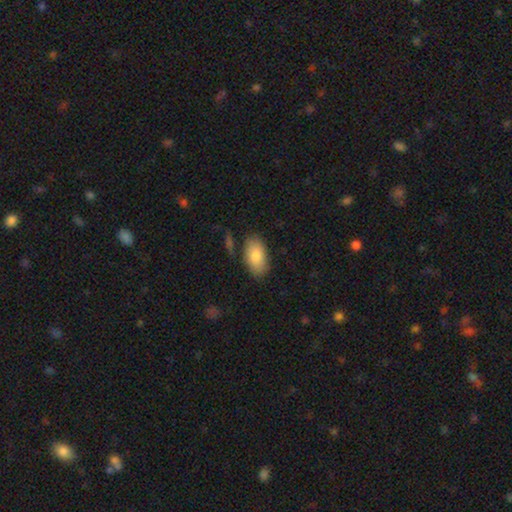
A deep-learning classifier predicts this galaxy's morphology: smooth_or_featured: smooth (p=0.83) [alt: featured or disk p=0.11]
how_rounded: in between (p=0.94) [alt: round p=0.04]
merging: none (p=0.80) [alt: minor disturbance p=0.13]